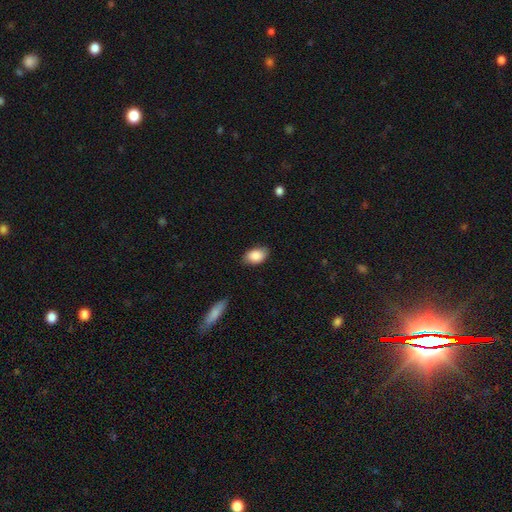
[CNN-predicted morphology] The model was most divided on "merging": none: 80%, minor disturbance: 16%, major disturbance: 3%, merger: 1%. More confident: how rounded — in between (88%); smooth or featured — smooth (87%).